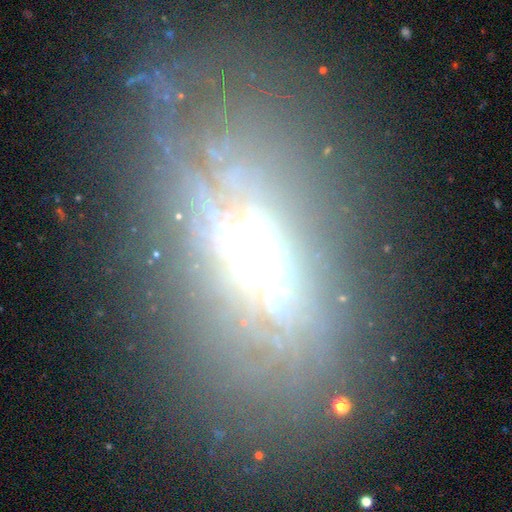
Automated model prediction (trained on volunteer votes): Morphology: type=featured or disk (62%); edge-on=yes (51%); merging=none (63%).